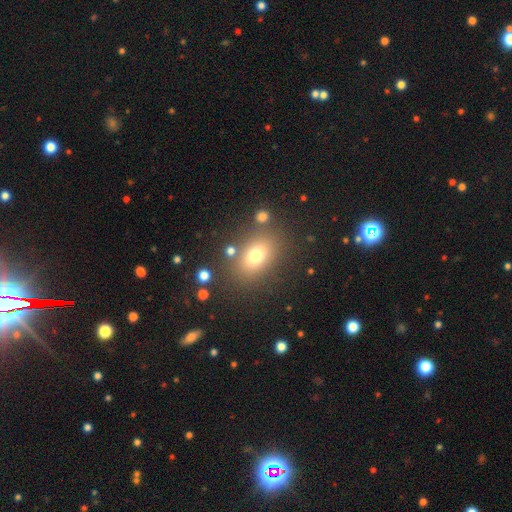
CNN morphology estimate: smooth-or-featured: smooth: 73% | star or artifact: 14% | featured or disk: 13%
  how-rounded: in between: 70% | round: 29% | cigar-shaped: 2%
  merging: none: 78% | minor disturbance: 11% | merger: 6% | major disturbance: 5%